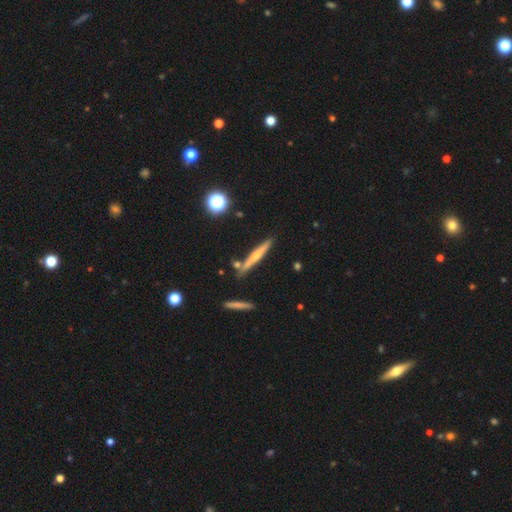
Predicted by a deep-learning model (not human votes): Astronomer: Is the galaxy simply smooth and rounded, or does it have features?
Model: featured or disk — 47% (runner-up: smooth, 45%).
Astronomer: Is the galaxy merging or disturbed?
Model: none — 79%.